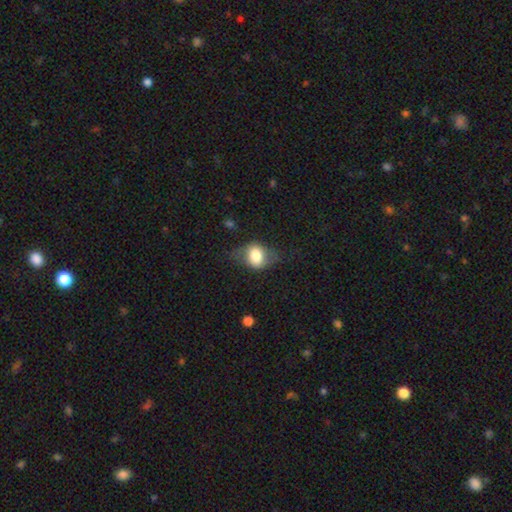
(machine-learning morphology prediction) Q: Smooth or featured?
A: smooth (64%); runner-up: featured or disk (28%)
Q: How rounded?
A: in between (64%); runner-up: round (34%)
Q: Merging?
A: none (56%); runner-up: minor disturbance (26%)